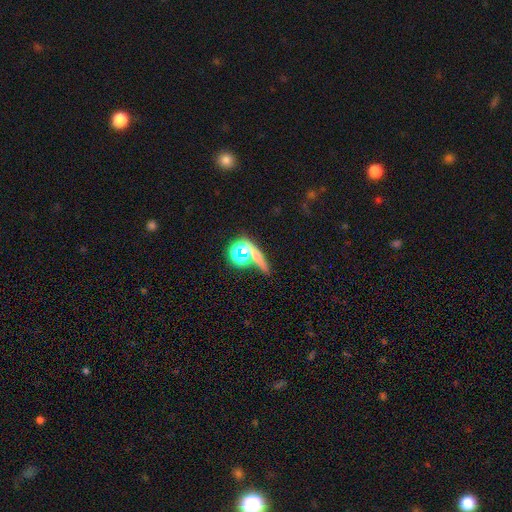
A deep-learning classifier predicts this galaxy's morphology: This is marginally a smooth galaxy (42%). Merging: possibly none (56%).